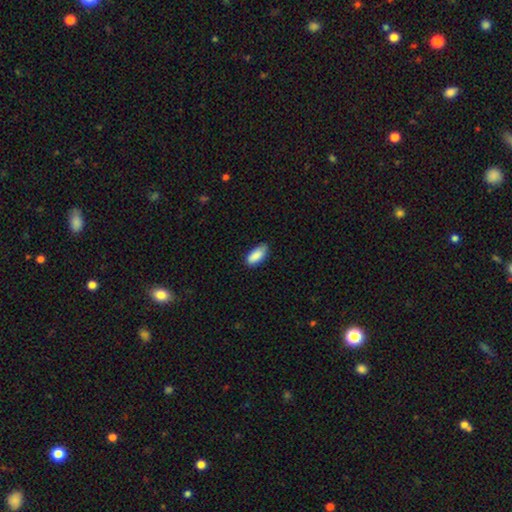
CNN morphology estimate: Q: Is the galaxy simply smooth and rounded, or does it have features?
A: smooth — 89%.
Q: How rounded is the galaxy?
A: in between — 89%.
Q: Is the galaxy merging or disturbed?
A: none — 75%.